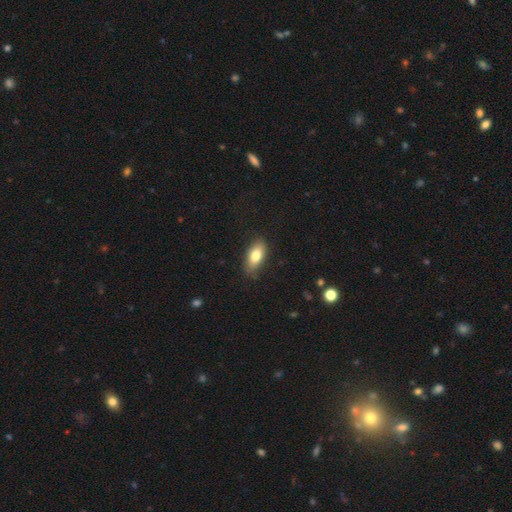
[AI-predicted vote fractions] Smooth or featured? Predicted: smooth (p=0.78). How rounded? Predicted: in between (p=0.86). Merging? Predicted: none (p=0.80).